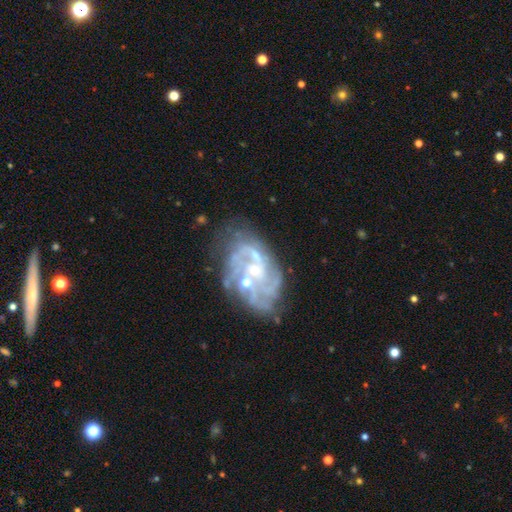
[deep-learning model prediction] Smooth or featured: featured or disk — 77% (star or artifact — 12%)
Edge-on disk: no — 97% (yes — 3%)
Bar: no — 71% (weak — 22%)
Spiral arms: yes — 73% (no — 27%)
Spiral winding: tight — 40% (medium — 39%)
Spiral arm count: can't tell — 37% (3 — 21%)
Bulge size: small — 53% (moderate — 35%)
Merging: none — 41% (major disturbance — 21%)